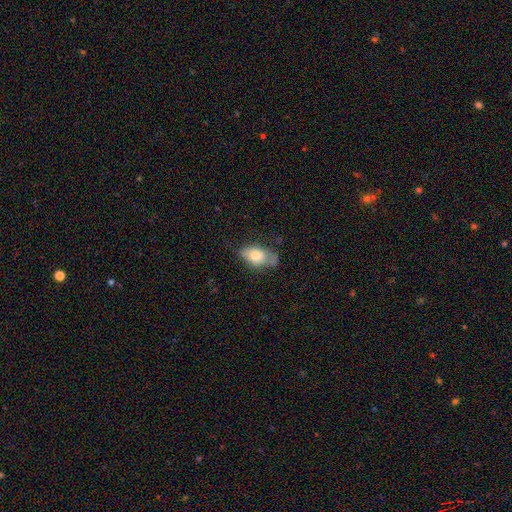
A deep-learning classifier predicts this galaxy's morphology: Smooth or featured?
  - smooth: 71% *
  - featured or disk: 22%
  - star or artifact: 7%
How rounded?
  - in between: 90% *
  - round: 8%
  - cigar-shaped: 2%
Merging?
  - none: 47% *
  - minor disturbance: 35%
  - major disturbance: 13%
  - merger: 6%